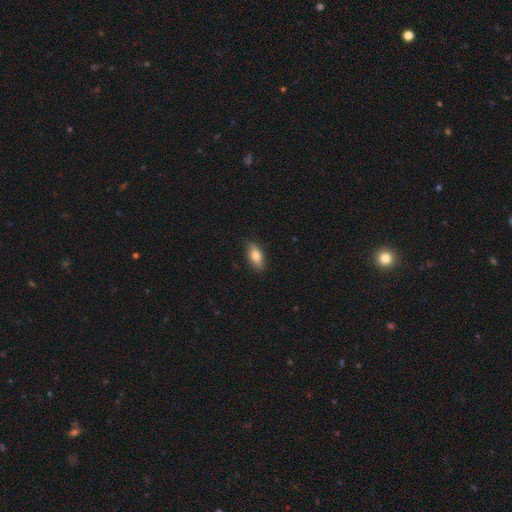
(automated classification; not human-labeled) Overall: smooth (77%). How rounded: in between (81%). Merging: none (87%).